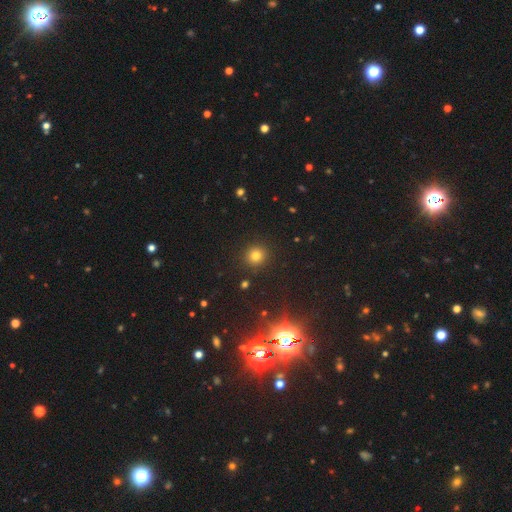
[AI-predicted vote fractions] Morphology: type=smooth (77%); roundness=round (92%); merging=none (90%).